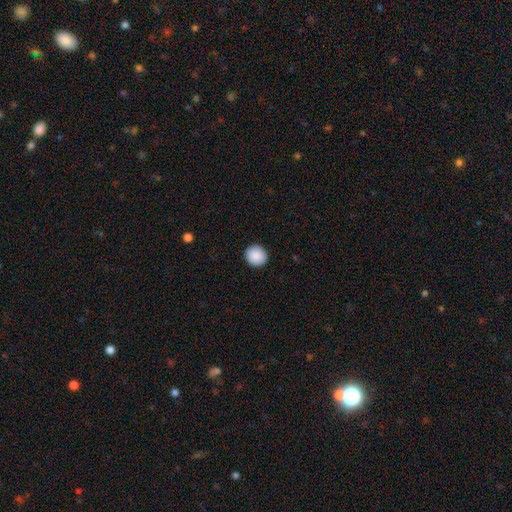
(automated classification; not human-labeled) Smooth or featured? smooth (90%)
How rounded? round (89%)
Merging? none (92%)